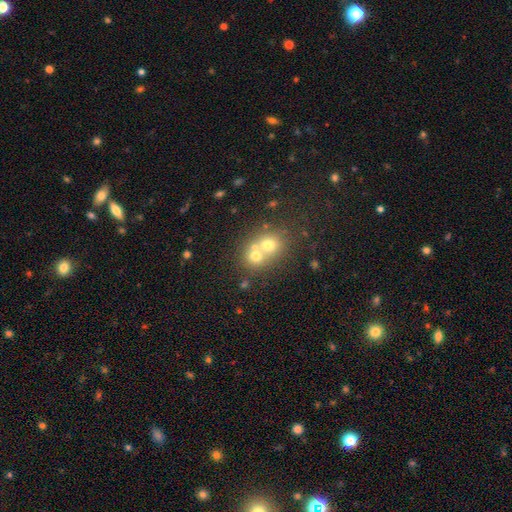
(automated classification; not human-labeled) smooth 64%, featured or disk 21%, star or artifact 15%. Down the decision tree: how rounded — round (76%); merging — merger (58%).